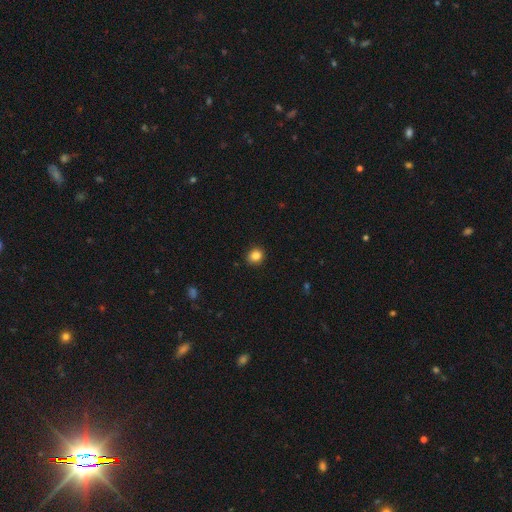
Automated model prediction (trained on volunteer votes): Morphology: type=smooth (85%); roundness=round (79%); merging=none (90%).